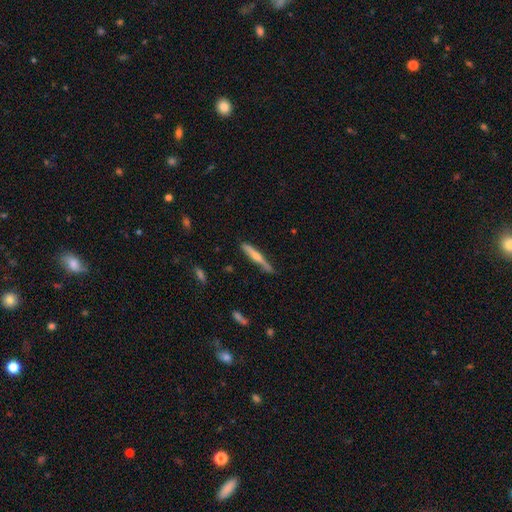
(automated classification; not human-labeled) Smooth or featured? featured or disk (61%)
Edge-on disk? yes (96%)
Edge-on bulge? rounded (83%)
Merging? none (81%)